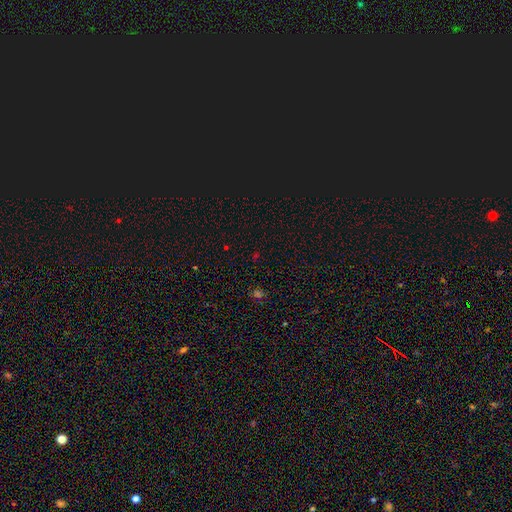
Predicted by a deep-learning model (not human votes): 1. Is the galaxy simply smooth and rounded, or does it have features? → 64% star or artifact, 29% smooth, 7% featured or disk.